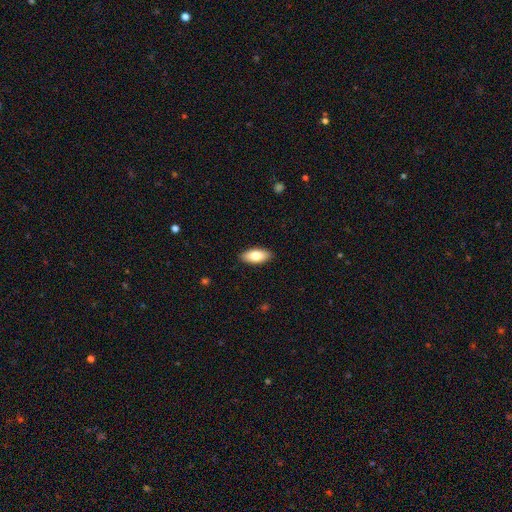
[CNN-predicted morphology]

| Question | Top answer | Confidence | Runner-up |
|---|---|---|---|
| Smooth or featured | smooth | 80% | featured or disk (14%) |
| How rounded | in between | 90% | cigar-shaped (8%) |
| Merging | none | 89% | minor disturbance (8%) |